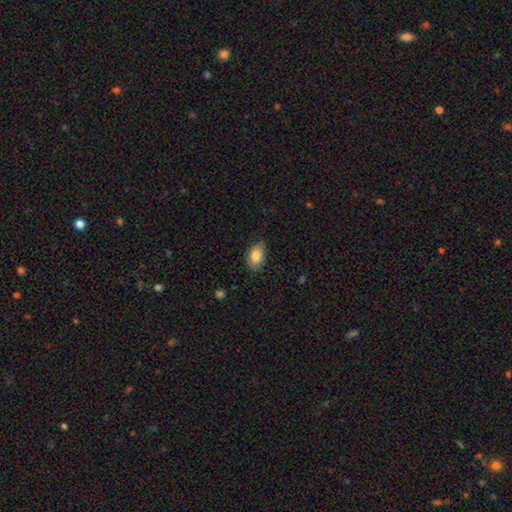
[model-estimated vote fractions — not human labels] Morphology: type=smooth (85%); roundness=in between (91%); merging=none (78%).